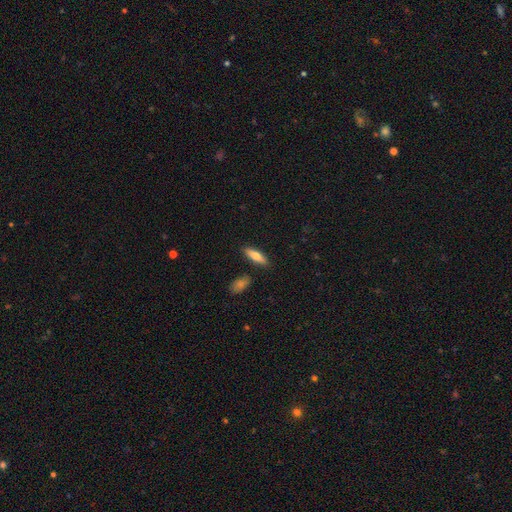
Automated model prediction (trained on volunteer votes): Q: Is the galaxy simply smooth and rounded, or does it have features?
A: smooth — 69%.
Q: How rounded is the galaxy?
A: cigar-shaped — 51%.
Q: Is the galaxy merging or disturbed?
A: none — 85%.